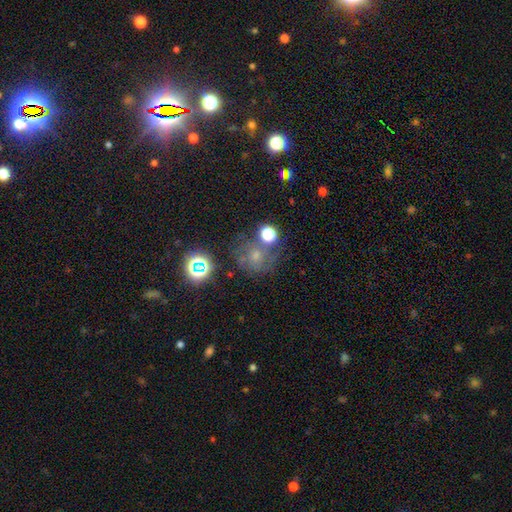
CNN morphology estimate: Overall: smooth (50%; star or artifact 27%). How rounded: round (83%). Merging: none (54%; minor disturbance 18%).